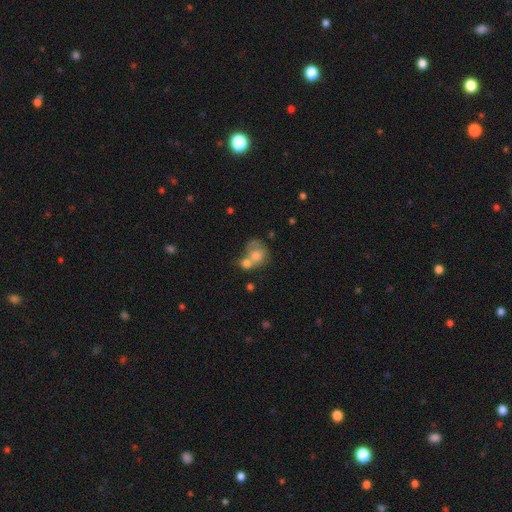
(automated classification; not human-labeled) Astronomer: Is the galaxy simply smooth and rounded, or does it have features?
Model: smooth — 67%.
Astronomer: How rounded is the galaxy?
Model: round — 66%.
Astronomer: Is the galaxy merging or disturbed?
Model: merger — 54%.